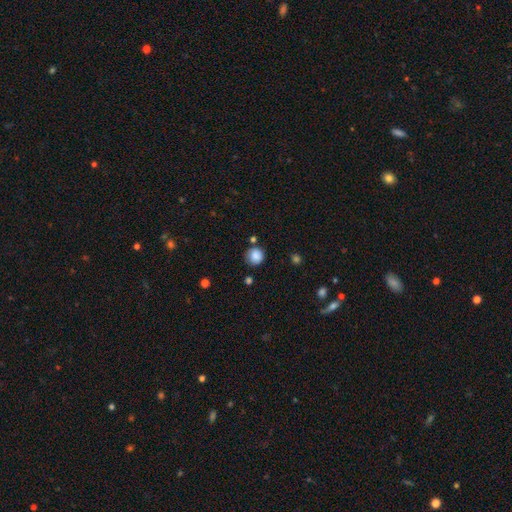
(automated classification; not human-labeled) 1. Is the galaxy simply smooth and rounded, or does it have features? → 86% smooth, 9% star or artifact, 5% featured or disk.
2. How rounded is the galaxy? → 92% round, 7% in between, 1% cigar-shaped.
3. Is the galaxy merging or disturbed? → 80% none, 12% minor disturbance, 5% merger, 3% major disturbance.